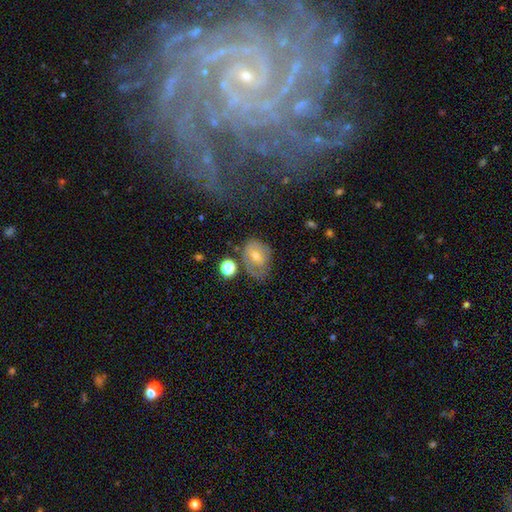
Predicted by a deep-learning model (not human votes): This appears to be a smooth galaxy with no disk features (45%). Merging: none (55%).